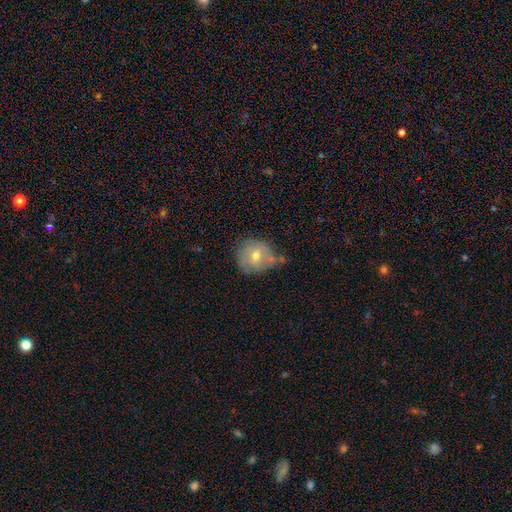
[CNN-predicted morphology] type=smooth (60%); roundness=round (84%); merging=none (53%).